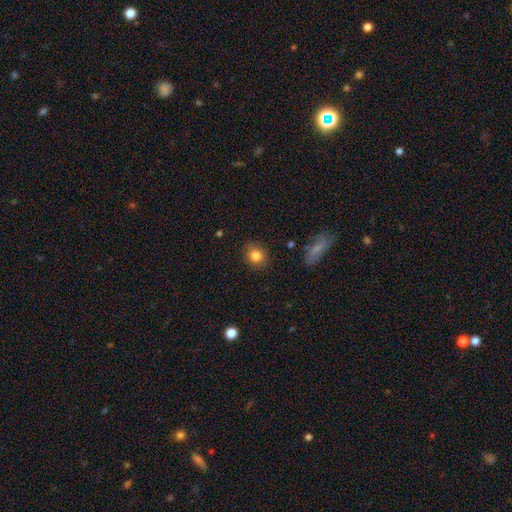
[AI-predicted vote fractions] The model was most divided on "how rounded": round: 70%, in between: 28%, cigar-shaped: 1%. More confident: merging — none (86%); smooth or featured — smooth (82%).